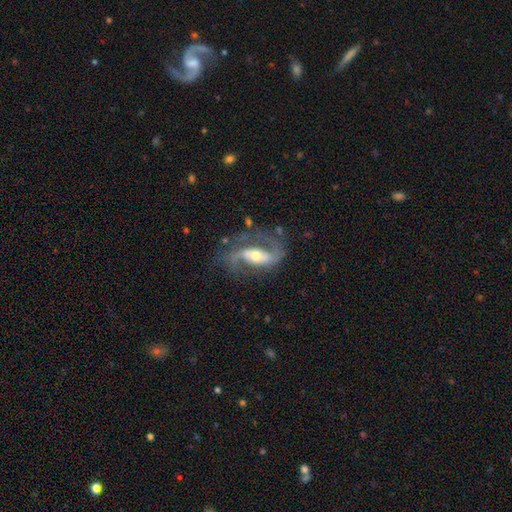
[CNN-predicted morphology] Smooth or featured?
  - featured or disk: 84% *
  - smooth: 11%
  - star or artifact: 5%
Edge-on disk?
  - no: 95% *
  - yes: 5%
Bar?
  - strong: 36% *
  - weak: 35%
  - no: 30%
Spiral arms?
  - yes: 93% *
  - no: 7%
Spiral winding?
  - medium: 44% *
  - loose: 43%
  - tight: 13%
Spiral arm count?
  - 2: 86% *
  - 1: 6%
  - can't tell: 4%
  - 3: 2%
  - 4: 1%
  - more than 4: 1%
Bulge size?
  - moderate: 63% *
  - small: 25%
  - large: 9%
  - dominant: 1%
  - none: 1%
Merging?
  - none: 59% *
  - minor disturbance: 19%
  - major disturbance: 18%
  - merger: 3%